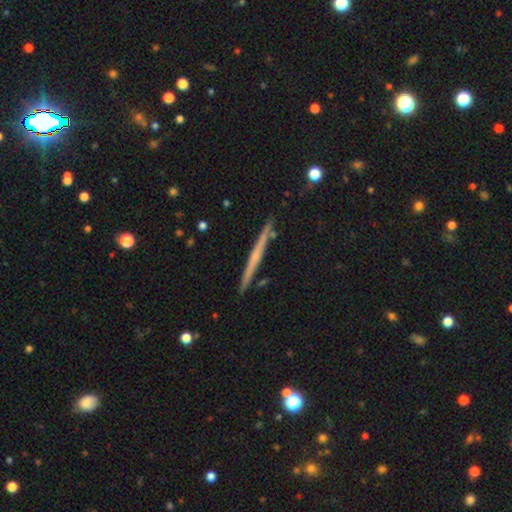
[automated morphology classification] Overall: featured or disk (60%; smooth 34%). Edge-on disk: yes (98%). Edge-on bulge: none (78%). Merging: none (90%).